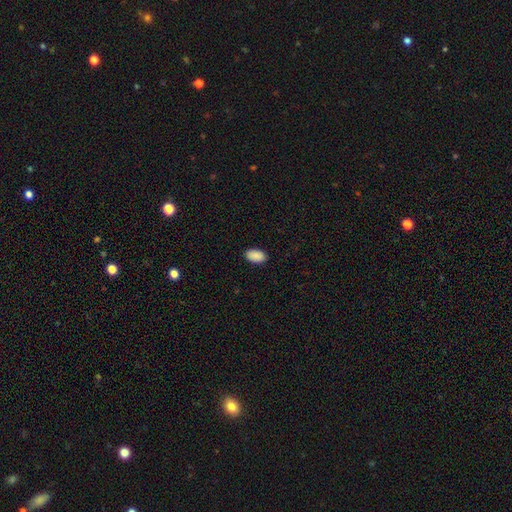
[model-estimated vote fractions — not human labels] Smooth or featured? Predicted: smooth (p=0.90). How rounded? Predicted: in between (p=0.94). Merging? Predicted: none (p=0.89).